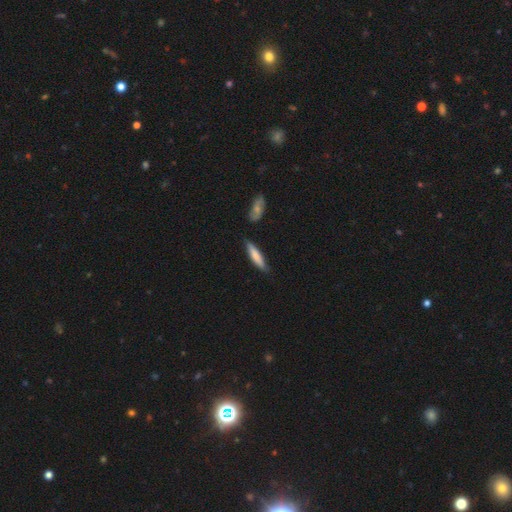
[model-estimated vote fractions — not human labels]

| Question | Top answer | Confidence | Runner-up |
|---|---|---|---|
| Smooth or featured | smooth | 75% | featured or disk (20%) |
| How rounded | cigar-shaped | 82% | in between (16%) |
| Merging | none | 81% | minor disturbance (13%) |